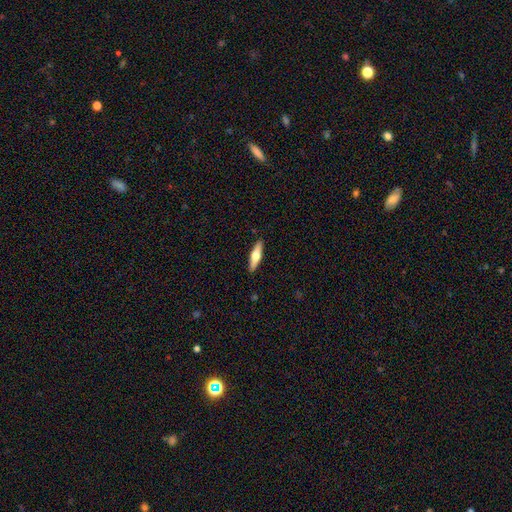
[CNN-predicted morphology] Smooth or featured? featured or disk (49%)
Merging? none (90%)